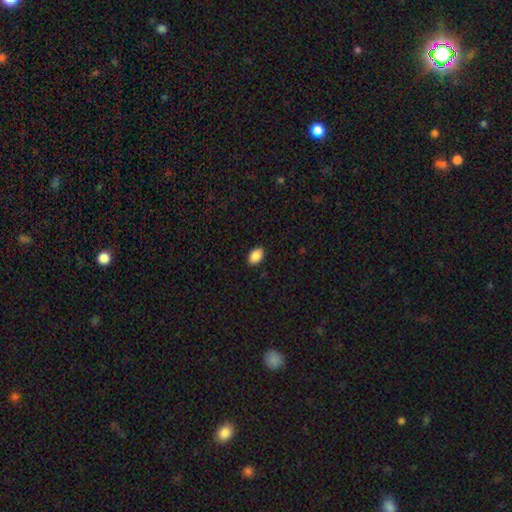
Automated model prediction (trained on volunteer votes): smooth-or-featured: smooth: 89% | star or artifact: 8% | featured or disk: 4%
  how-rounded: in between: 88% | round: 11% | cigar-shaped: 1%
  merging: none: 90% | minor disturbance: 8% | major disturbance: 2% | merger: 1%